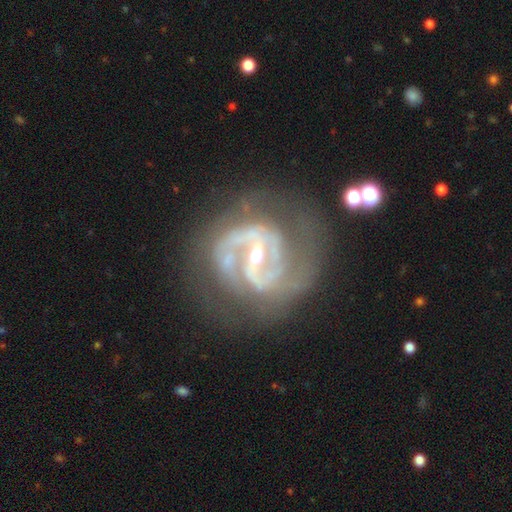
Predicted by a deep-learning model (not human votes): Overall: featured or disk (90%). Edge-on disk: no (97%). Bar: strong (53%; weak 34%). Spiral arms: yes (96%). Spiral arm count: 2 (72%). Spiral winding: medium (51%; tight 38%). Bulge size: small (67%; moderate 29%). Merging: none (64%).